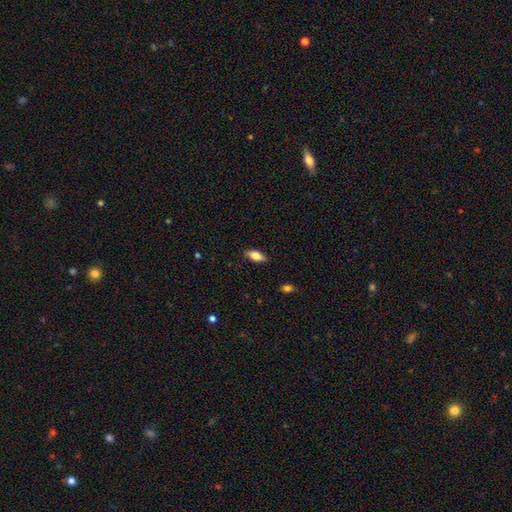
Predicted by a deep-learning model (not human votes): A smooth galaxy with no disk features (74%) that is in between round and cigar-shaped (82%).

Vote fractions:
- Smooth or featured? smooth: 74% / featured or disk: 19% / star or artifact: 7%
- How rounded? in between: 82% / cigar-shaped: 14% / round: 3%
- Merging? none: 86% / minor disturbance: 11% / major disturbance: 2% / merger: 1%